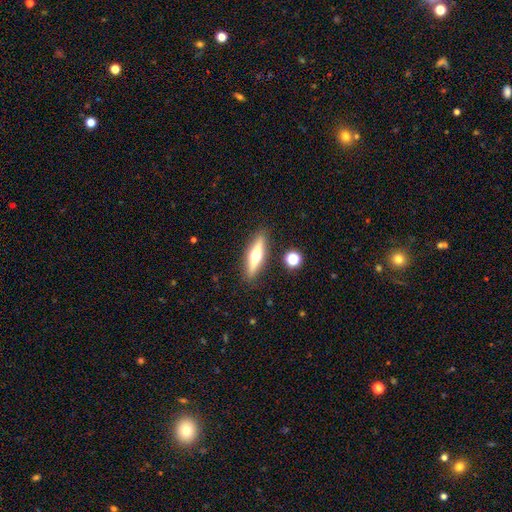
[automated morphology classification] This is possibly a featured or disk galaxy (59%). It is clearly viewed edge-on (94%). Edge-on bulge: clearly rounded (94%). Merging: clearly none (88%).